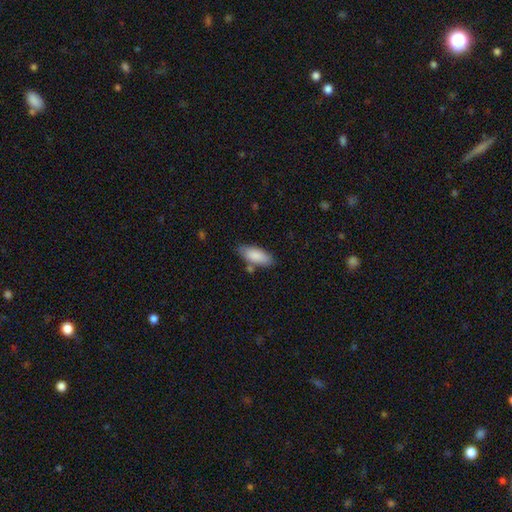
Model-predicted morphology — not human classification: This appears to be a smooth galaxy with no disk features (86%) that is in between round and cigar-shaped (79%). Merging: none (73%).